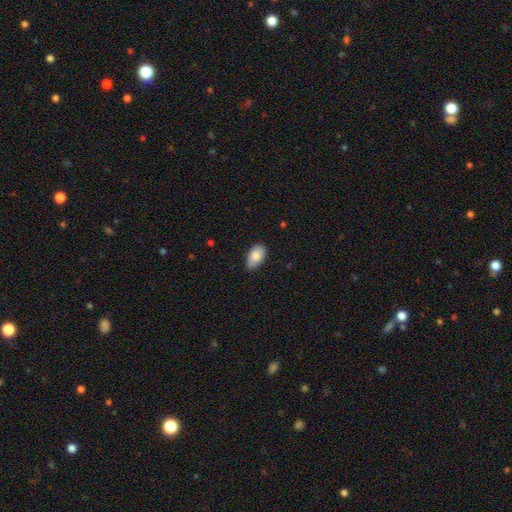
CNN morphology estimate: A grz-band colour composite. It shows a smooth galaxy with no disk features (85%) that is in between round and cigar-shaped (94%). Merging: none (81%).